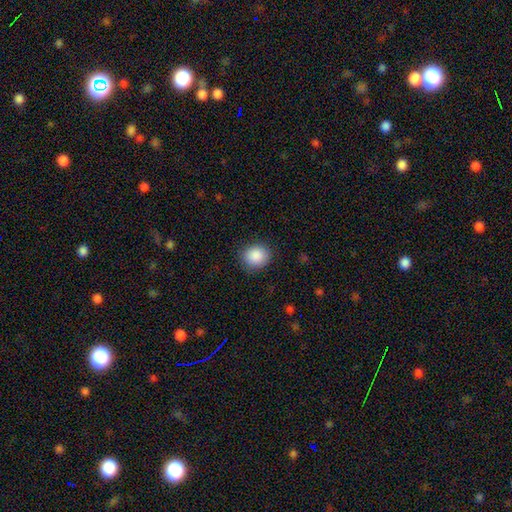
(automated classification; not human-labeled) Smooth or featured?
  - smooth: 89% *
  - star or artifact: 8%
  - featured or disk: 3%
How rounded?
  - round: 76% *
  - in between: 24%
  - cigar-shaped: 1%
Merging?
  - none: 88% *
  - minor disturbance: 8%
  - major disturbance: 3%
  - merger: 1%